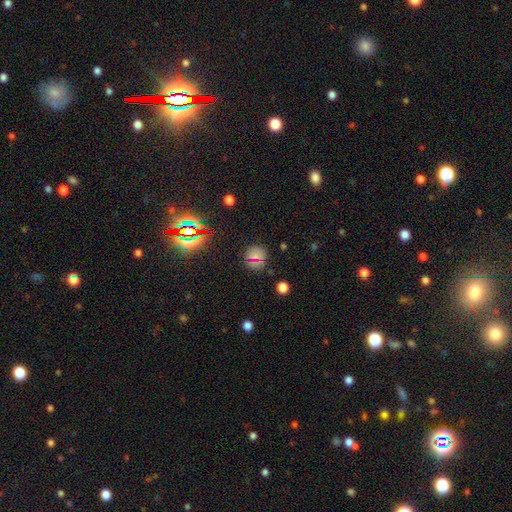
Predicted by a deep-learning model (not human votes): Overall: smooth (61%; star or artifact 27%). How rounded: round (90%). Merging: none (82%).